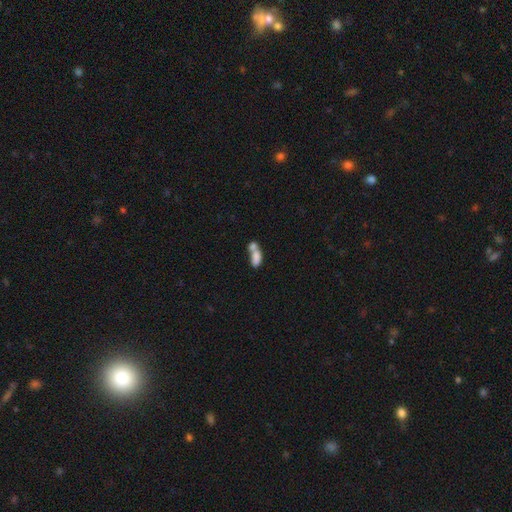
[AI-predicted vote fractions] smooth 76%, featured or disk 15%, star or artifact 9%. Down the decision tree: how rounded — in between (84%); merging — merger (67%).